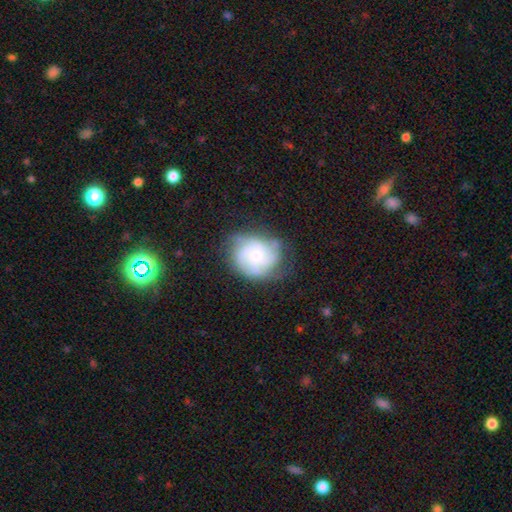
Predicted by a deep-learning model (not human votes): Smooth or featured? featured or disk (67%)
Edge-on disk? no (98%)
Bar? no (77%)
Spiral arms? yes (89%)
Spiral winding? tight (53%)
Spiral arm count? can't tell (33%)
Bulge size? small (63%)
Merging? none (63%)